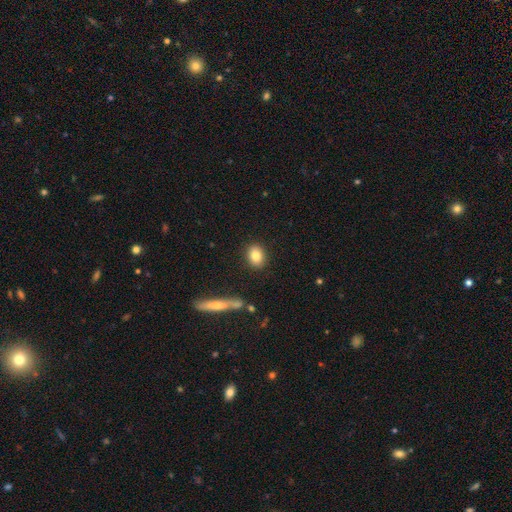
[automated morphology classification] The model was most divided on "how rounded": in between: 57%, round: 40%, cigar-shaped: 2%. More confident: merging — none (89%); smooth or featured — smooth (82%).